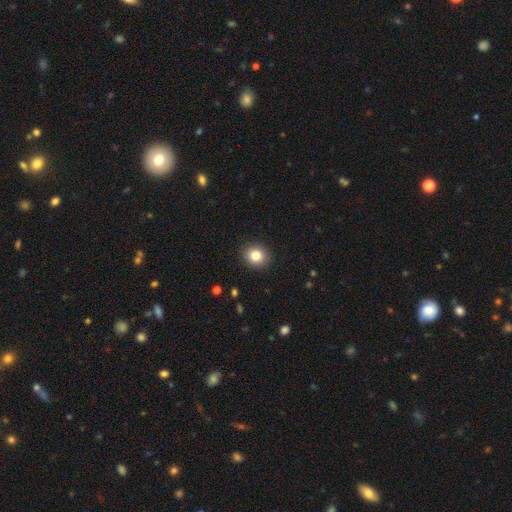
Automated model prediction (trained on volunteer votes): Morphology: type=smooth (83%); roundness=round (77%); merging=none (91%).